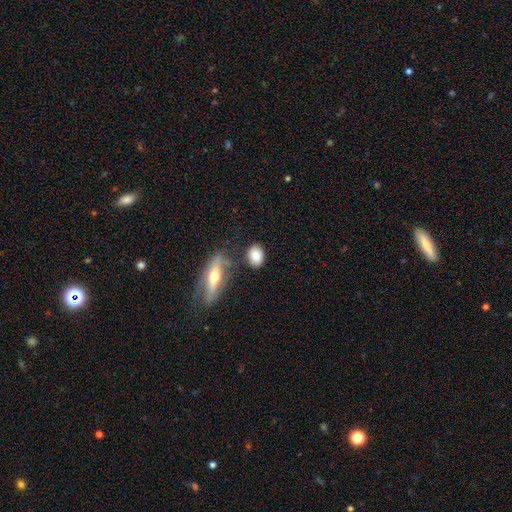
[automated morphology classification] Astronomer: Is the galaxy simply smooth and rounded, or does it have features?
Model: smooth — 81%.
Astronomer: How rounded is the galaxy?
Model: in between — 63%.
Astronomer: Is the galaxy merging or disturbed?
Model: none — 74%.